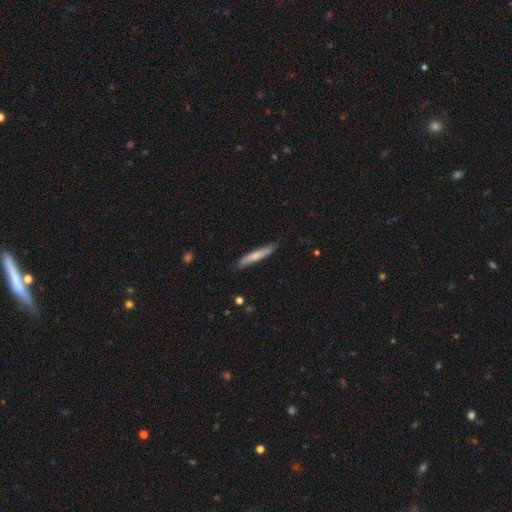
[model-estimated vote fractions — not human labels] Smooth or featured? Predicted: smooth (p=0.67). How rounded? Predicted: cigar-shaped (p=0.93). Merging? Predicted: none (p=0.83).